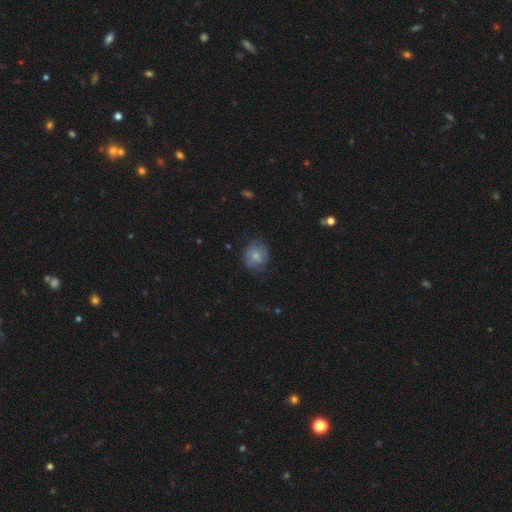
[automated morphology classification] smooth-or-featured: smooth: 55% | featured or disk: 36% | star or artifact: 9%
  how-rounded: round: 68% | in between: 31% | cigar-shaped: 1%
  merging: none: 62% | minor disturbance: 25% | major disturbance: 12% | merger: 2%